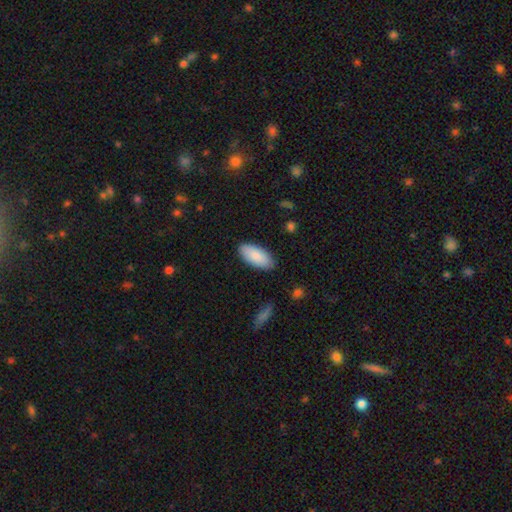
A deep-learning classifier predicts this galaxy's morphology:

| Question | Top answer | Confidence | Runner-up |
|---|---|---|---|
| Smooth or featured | smooth | 88% | featured or disk (6%) |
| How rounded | in between | 91% | cigar-shaped (8%) |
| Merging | none | 87% | minor disturbance (9%) |